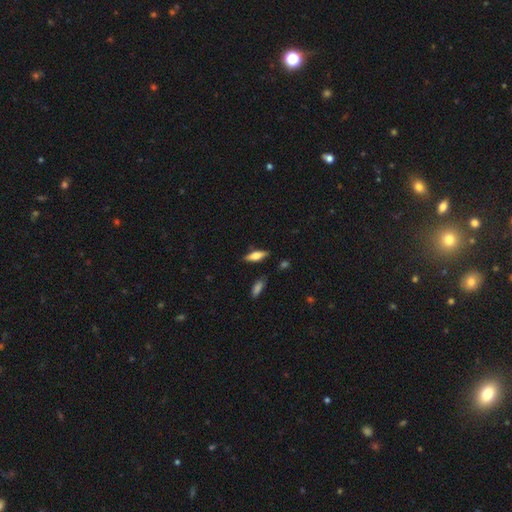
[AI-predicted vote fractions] Smooth or featured? Predicted: smooth (p=0.57). How rounded? Predicted: in between (p=0.56). Merging? Predicted: none (p=0.83).